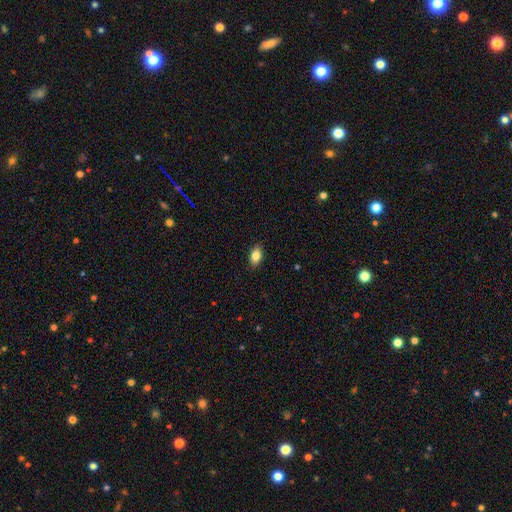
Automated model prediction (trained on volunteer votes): This is clearly a smooth galaxy (83%). How rounded: clearly in between (88%). Merging: clearly none (88%).